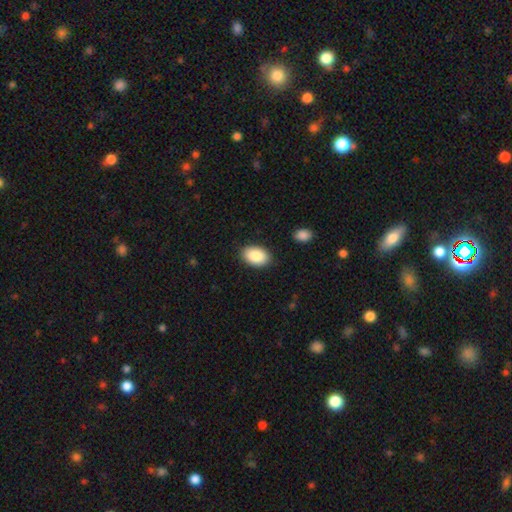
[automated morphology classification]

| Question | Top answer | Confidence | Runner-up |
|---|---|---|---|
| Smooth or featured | smooth | 88% | star or artifact (6%) |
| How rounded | in between | 89% | round (10%) |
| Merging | none | 89% | minor disturbance (8%) |